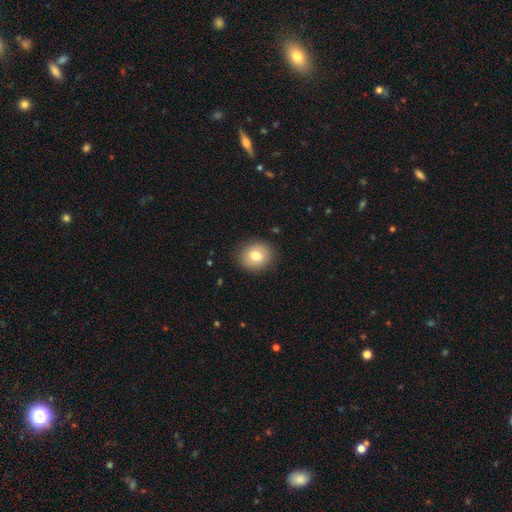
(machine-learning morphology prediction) The model was most divided on "how rounded": round: 67%, in between: 32%, cigar-shaped: 1%. More confident: merging — none (87%); smooth or featured — smooth (77%).